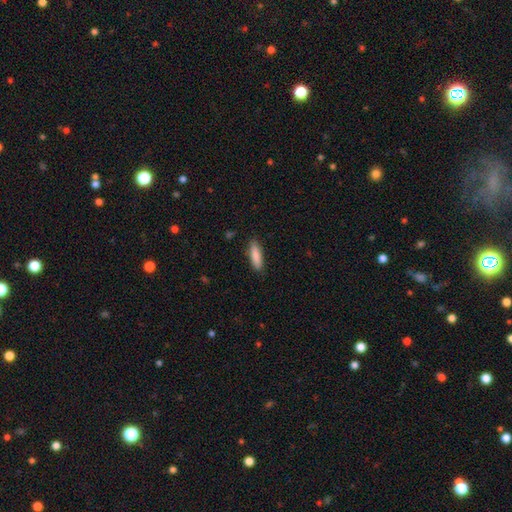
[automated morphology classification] This appears to be a smooth galaxy with no disk features (87%) that is cigar-shaped (59%). Merging: none (88%).